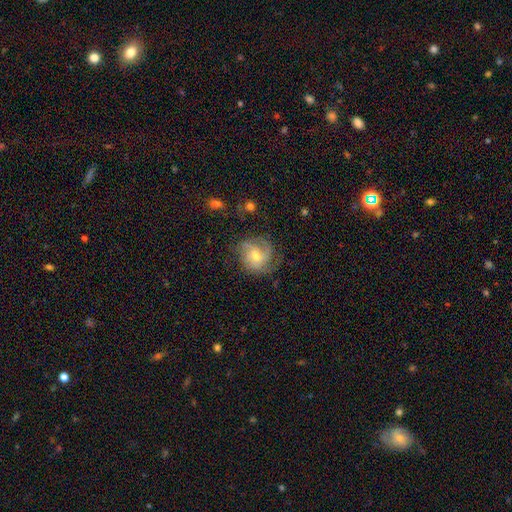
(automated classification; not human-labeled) Smooth or featured? featured or disk (71%)
Edge-on disk? no (97%)
Bar? no (59%)
Spiral arms? yes (91%)
Spiral winding? medium (43%)
Spiral arm count? 3 (34%)
Bulge size? moderate (60%)
Merging? none (67%)